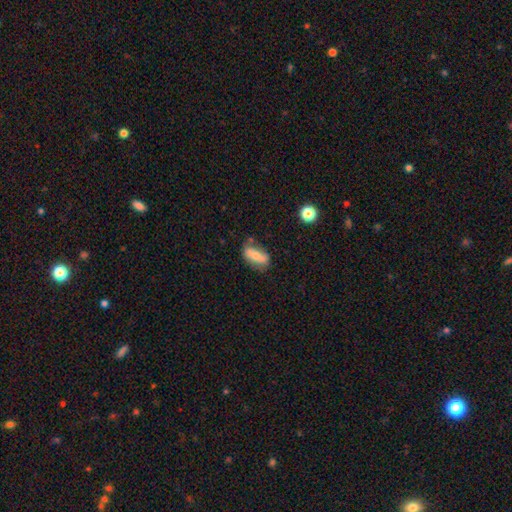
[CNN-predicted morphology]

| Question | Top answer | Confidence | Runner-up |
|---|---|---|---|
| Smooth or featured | smooth | 61% | featured or disk (31%) |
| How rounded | in between | 79% | cigar-shaped (16%) |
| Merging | none | 66% | minor disturbance (23%) |